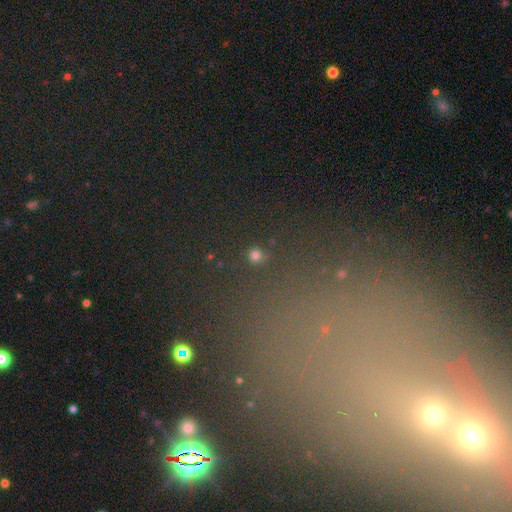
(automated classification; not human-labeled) Overall: star or artifact (61%; smooth 26%).